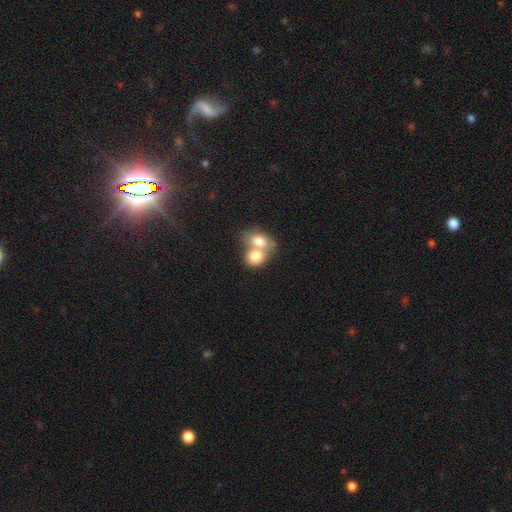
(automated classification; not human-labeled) Smooth or featured: smooth — 76% (featured or disk — 16%)
How rounded: in between — 54% (round — 45%)
Merging: merger — 73% (none — 18%)